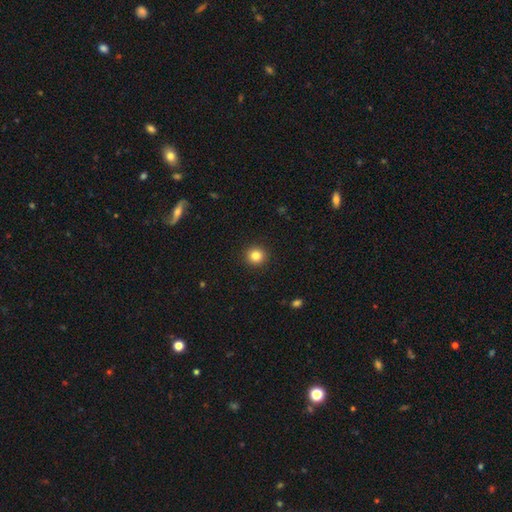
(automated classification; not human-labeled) The model was most divided on "smooth or featured": smooth: 83%, star or artifact: 11%, featured or disk: 5%. More confident: how rounded — round (93%); merging — none (93%).